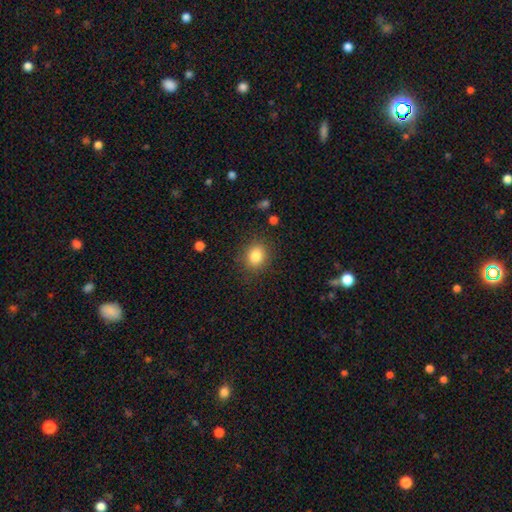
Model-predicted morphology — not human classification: This appears to be a smooth galaxy with no disk features (84%) that is round (63%). Merging: none (84%).